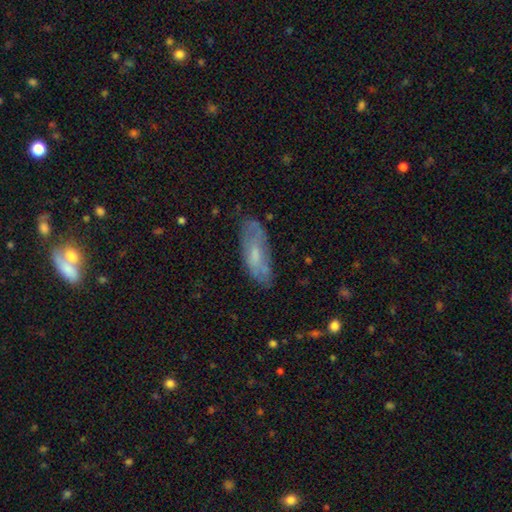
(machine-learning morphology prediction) smooth_or_featured: smooth (p=0.51) [alt: featured or disk p=0.42]
how_rounded: in between (p=0.67) [alt: cigar-shaped p=0.31]
merging: none (p=0.68) [alt: minor disturbance p=0.23]